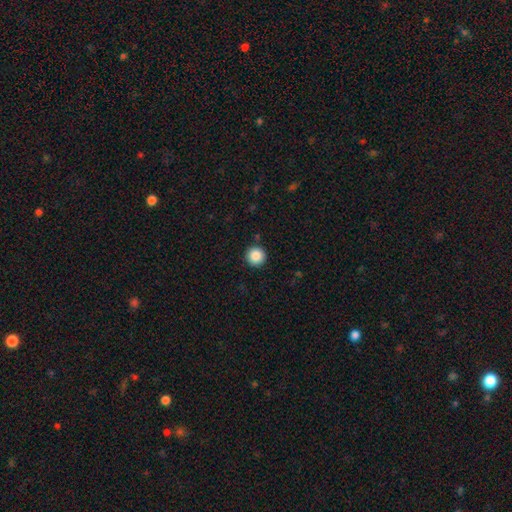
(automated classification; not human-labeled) smooth-or-featured: smooth: 88% | star or artifact: 9% | featured or disk: 3%
  how-rounded: round: 96% | in between: 3% | cigar-shaped: 1%
  merging: none: 92% | minor disturbance: 5% | major disturbance: 2% | merger: 1%